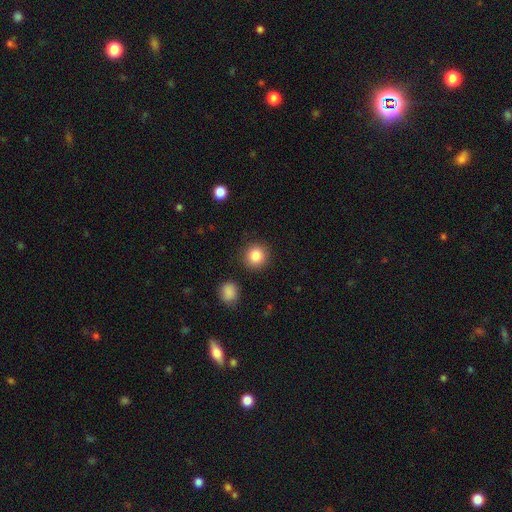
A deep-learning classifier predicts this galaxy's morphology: A smooth galaxy with no disk features (85%) that is round (92%).

Vote fractions:
- Smooth or featured? smooth: 85% / star or artifact: 10% / featured or disk: 5%
- How rounded? round: 92% / in between: 7% / cigar-shaped: 1%
- Merging? none: 88% / minor disturbance: 7% / merger: 3% / major disturbance: 3%